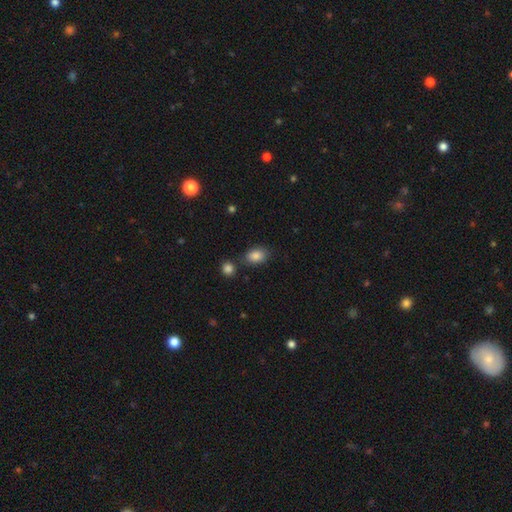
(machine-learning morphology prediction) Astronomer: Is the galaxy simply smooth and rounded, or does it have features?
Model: smooth — 86%.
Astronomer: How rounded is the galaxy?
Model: in between — 82%.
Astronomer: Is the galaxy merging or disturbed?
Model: none — 75%.